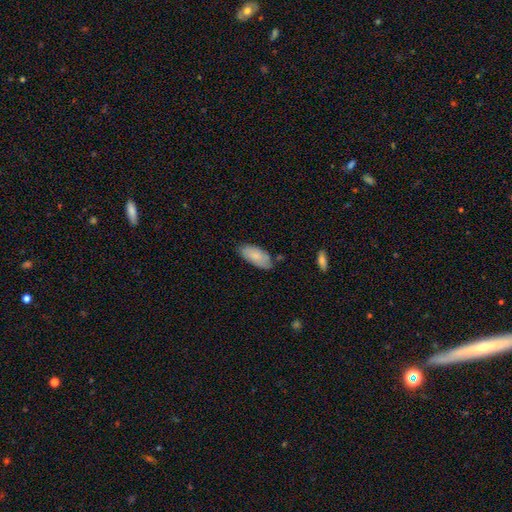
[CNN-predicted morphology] Q: Smooth or featured?
A: smooth (78%); runner-up: featured or disk (16%)
Q: How rounded?
A: in between (89%); runner-up: cigar-shaped (9%)
Q: Merging?
A: none (70%); runner-up: minor disturbance (23%)